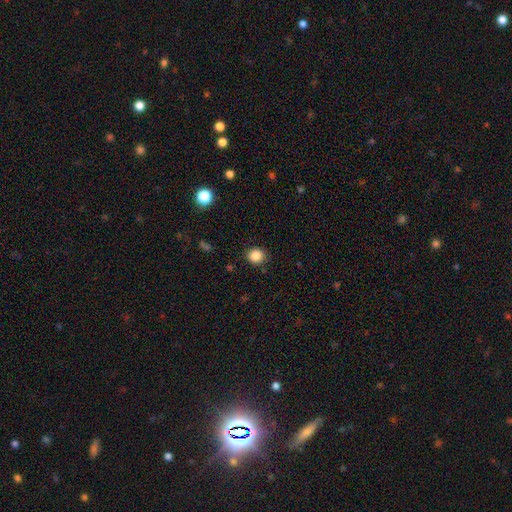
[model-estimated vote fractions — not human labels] Smooth or featured? Predicted: smooth (p=0.86). How rounded? Predicted: round (p=0.82). Merging? Predicted: none (p=0.88).